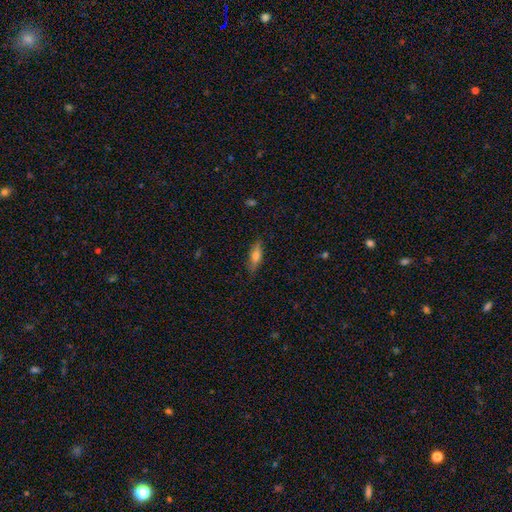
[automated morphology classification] Smooth or featured: smooth — 62% (featured or disk — 31%)
How rounded: cigar-shaped — 49% (in between — 48%)
Merging: none — 83% (minor disturbance — 13%)